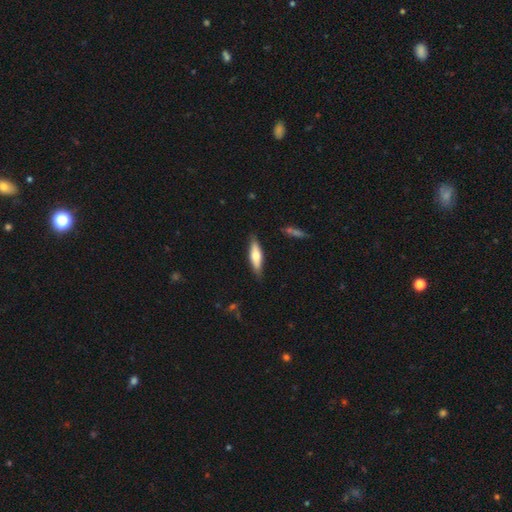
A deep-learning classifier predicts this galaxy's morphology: Smooth or featured? smooth (60%)
How rounded? cigar-shaped (61%)
Merging? none (84%)